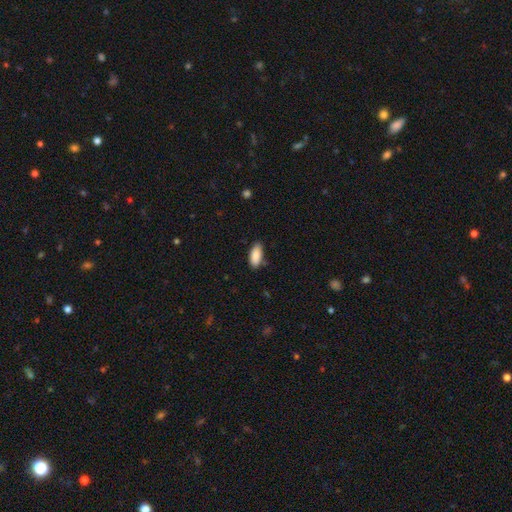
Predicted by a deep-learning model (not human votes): smooth_or_featured: smooth (p=0.88) [alt: star or artifact p=0.06]
how_rounded: in between (p=0.87) [alt: cigar-shaped p=0.11]
merging: none (p=0.80) [alt: minor disturbance p=0.16]